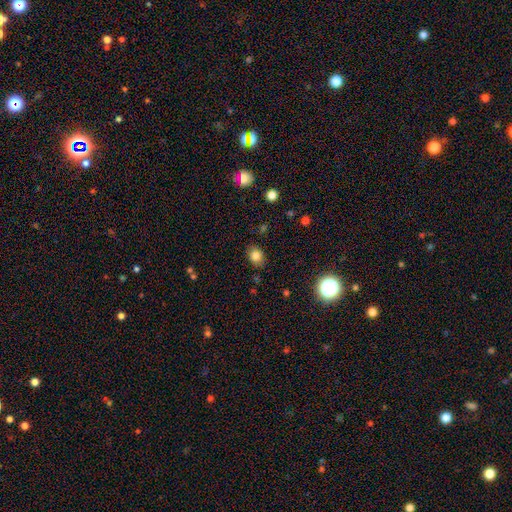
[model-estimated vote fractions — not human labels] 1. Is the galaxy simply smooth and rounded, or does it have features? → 81% smooth, 12% star or artifact, 6% featured or disk.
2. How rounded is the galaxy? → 50% round, 49% in between, 1% cigar-shaped.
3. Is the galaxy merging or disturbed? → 84% none, 12% minor disturbance, 3% major disturbance, 2% merger.